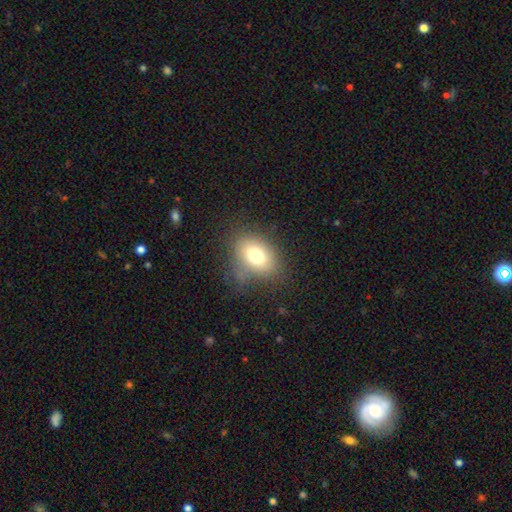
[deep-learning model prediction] Smooth or featured: smooth — 75% (featured or disk — 14%)
How rounded: in between — 73% (round — 26%)
Merging: none — 69% (minor disturbance — 20%)